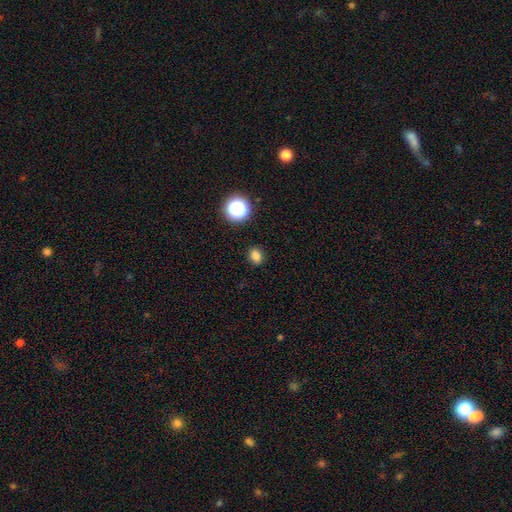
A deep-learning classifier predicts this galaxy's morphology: smooth-or-featured: smooth: 80% | star or artifact: 16% | featured or disk: 5%
  how-rounded: round: 54% | in between: 45% | cigar-shaped: 1%
  merging: none: 88% | minor disturbance: 8% | major disturbance: 3% | merger: 2%